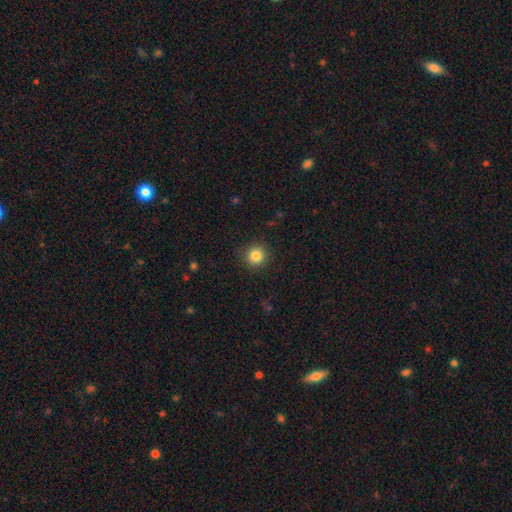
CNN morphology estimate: A smooth galaxy with no disk features (84%) that is round (94%).

Vote fractions:
- Smooth or featured? smooth: 84% / star or artifact: 11% / featured or disk: 5%
- How rounded? round: 94% / in between: 5% / cigar-shaped: 1%
- Merging? none: 90% / minor disturbance: 6% / major disturbance: 2% / merger: 1%